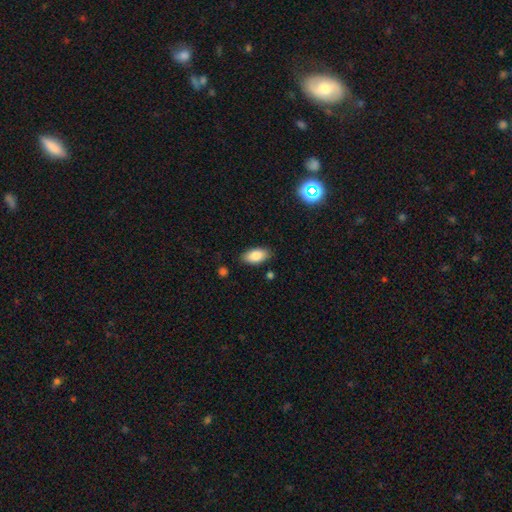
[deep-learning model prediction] This appears to be a smooth galaxy with no disk features (85%) that is in between round and cigar-shaped (93%). Merging: none (84%).